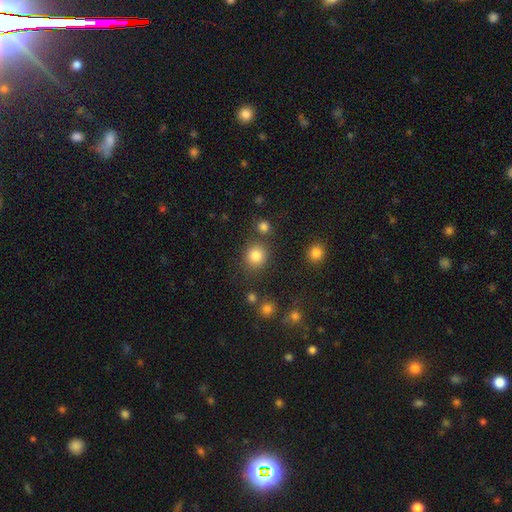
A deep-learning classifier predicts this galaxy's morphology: This appears to be a smooth galaxy with no disk features (84%) that is round (88%). Merging: none (80%).